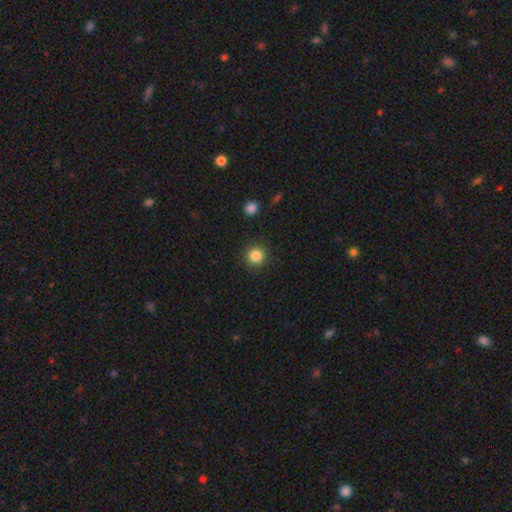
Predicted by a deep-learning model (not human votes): Smooth or featured?
  - smooth: 85% *
  - star or artifact: 11%
  - featured or disk: 4%
How rounded?
  - round: 94% *
  - in between: 5%
  - cigar-shaped: 1%
Merging?
  - none: 90% *
  - minor disturbance: 6%
  - major disturbance: 2%
  - merger: 1%